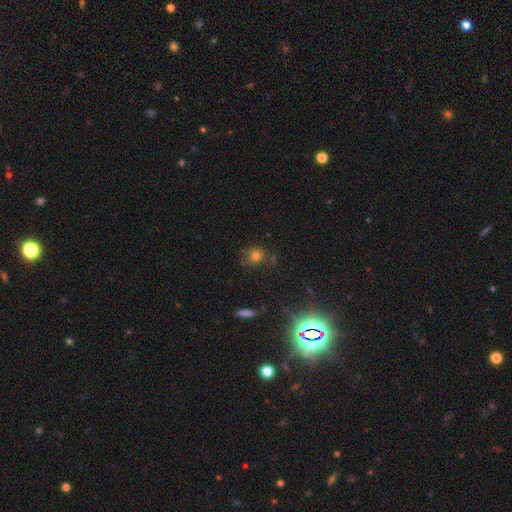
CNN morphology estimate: The model was most divided on "smooth or featured": smooth: 70%, star or artifact: 22%, featured or disk: 9%. More confident: how rounded — round (83%); merging — none (71%).